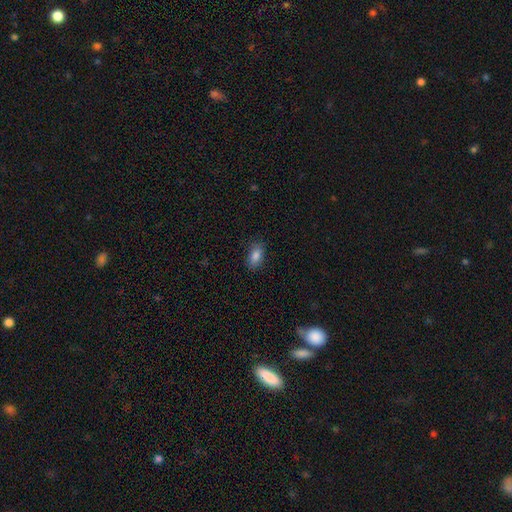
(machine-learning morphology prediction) A smooth galaxy with no disk features (85%) that is in between round and cigar-shaped (90%).

Vote fractions:
- Smooth or featured? smooth: 85% / star or artifact: 8% / featured or disk: 7%
- How rounded? in between: 90% / round: 5% / cigar-shaped: 5%
- Merging? none: 82% / minor disturbance: 14% / major disturbance: 3% / merger: 1%